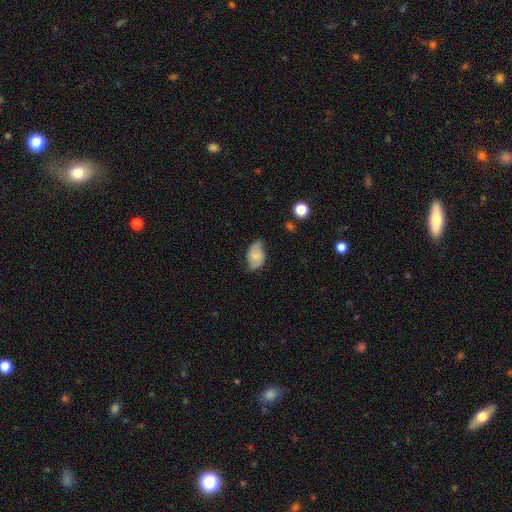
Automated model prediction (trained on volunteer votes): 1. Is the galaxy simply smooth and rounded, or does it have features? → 56% smooth, 36% featured or disk, 8% star or artifact.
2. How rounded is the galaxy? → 89% in between, 10% round, 2% cigar-shaped.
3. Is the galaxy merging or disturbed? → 58% none, 31% minor disturbance, 8% major disturbance, 2% merger.